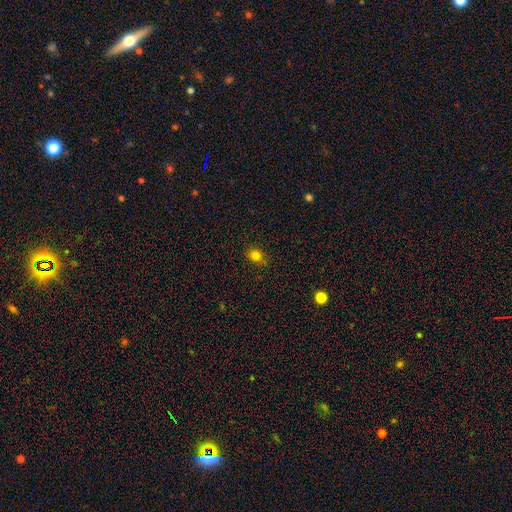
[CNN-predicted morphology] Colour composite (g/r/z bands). It shows a smooth galaxy with no disk features (80%) that is round (59%). Merging: none (82%).